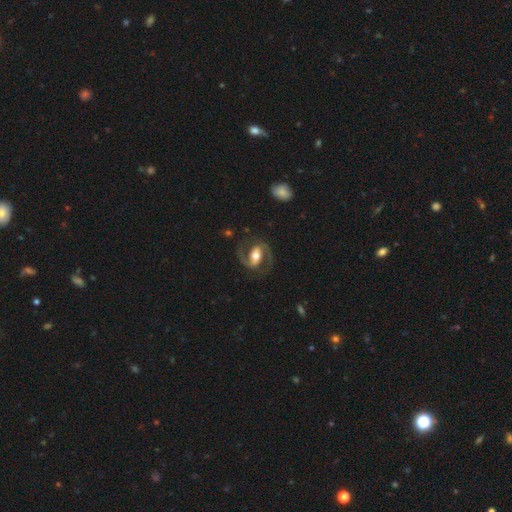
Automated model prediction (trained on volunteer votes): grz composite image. It shows a featured or disk galaxy (88%) with a strong bar (47%), 2 (93%) medium (60%) spiral arms (96%) and a moderate central bulge (68%). Merging: none (79%).